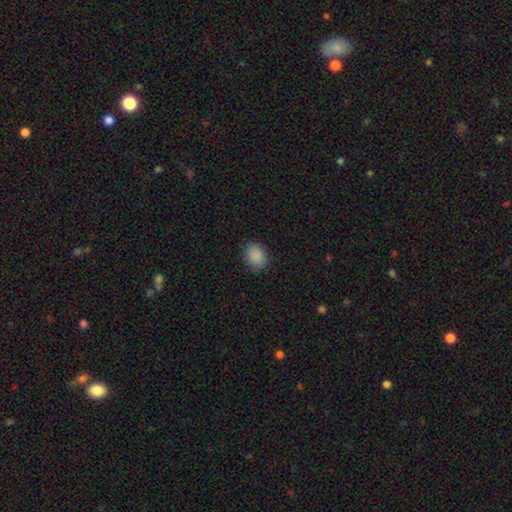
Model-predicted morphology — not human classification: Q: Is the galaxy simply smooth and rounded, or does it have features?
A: smooth — 88%.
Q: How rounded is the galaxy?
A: in between — 56%.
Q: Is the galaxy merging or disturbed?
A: none — 85%.